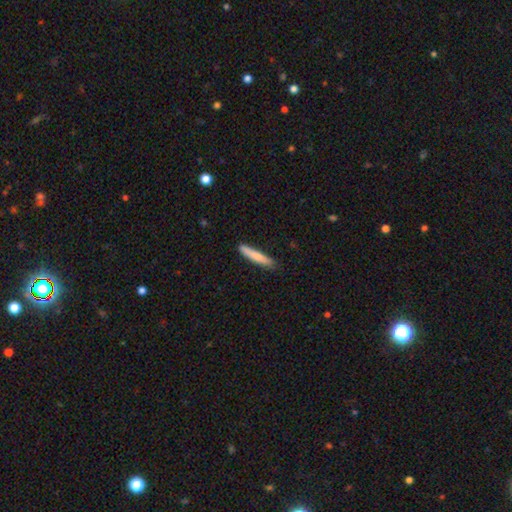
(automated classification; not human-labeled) smooth 79%, featured or disk 15%, star or artifact 6%. Down the decision tree: how rounded — cigar-shaped (91%); merging — none (82%).